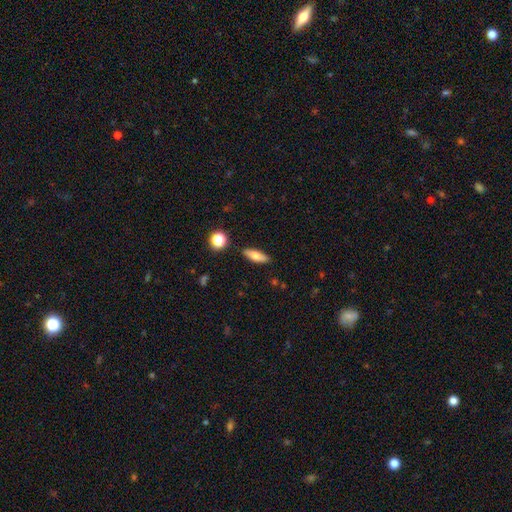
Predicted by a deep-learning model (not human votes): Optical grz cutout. It shows a smooth galaxy with no disk features (68%) that is in between round and cigar-shaped (58%). Merging: none (87%).